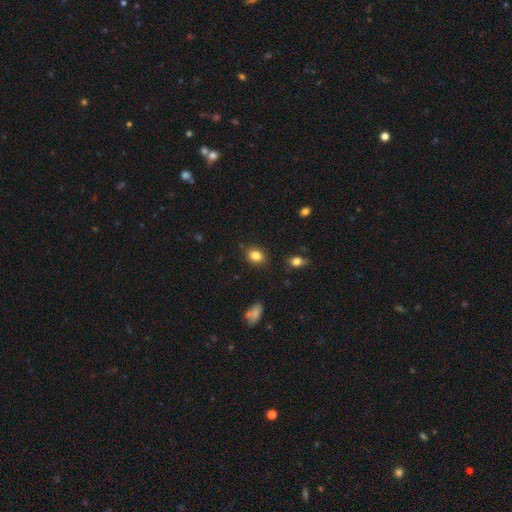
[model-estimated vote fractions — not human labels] A smooth galaxy with no disk features (84%) that is in between round and cigar-shaped (62%). Merging: none (85%).